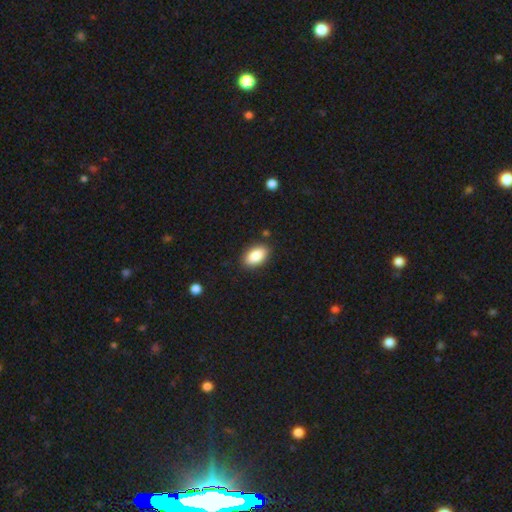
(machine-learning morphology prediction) This is clearly a smooth galaxy (87%). How rounded: clearly in between (93%). Merging: clearly none (88%).